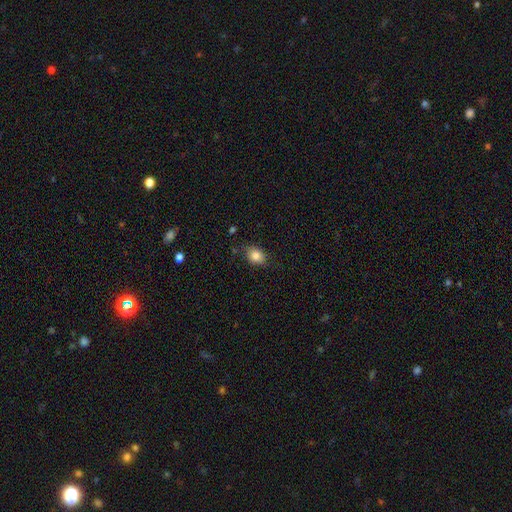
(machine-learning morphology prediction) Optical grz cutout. It shows a smooth galaxy with no disk features (84%) that is in between round and cigar-shaped (62%). Merging: none (76%).